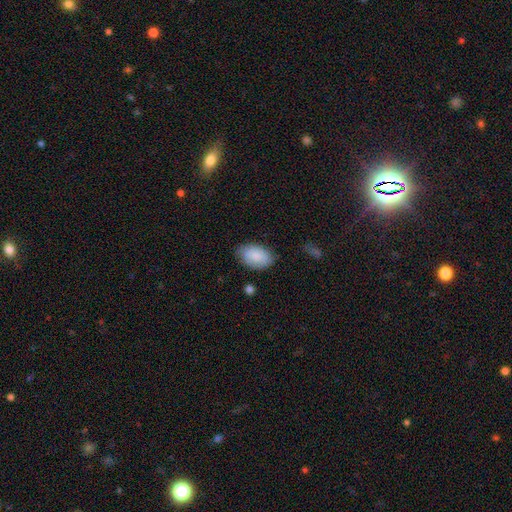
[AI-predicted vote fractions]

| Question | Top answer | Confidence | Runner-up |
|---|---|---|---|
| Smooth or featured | smooth | 86% | featured or disk (8%) |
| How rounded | in between | 92% | round (7%) |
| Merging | none | 76% | minor disturbance (19%) |